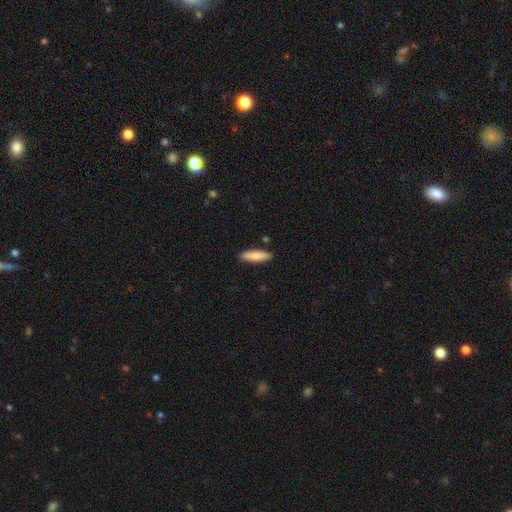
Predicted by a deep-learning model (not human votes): smooth_or_featured: smooth (p=0.85) [alt: featured or disk p=0.09]
how_rounded: cigar-shaped (p=0.66) [alt: in between p=0.32]
merging: none (p=0.87) [alt: minor disturbance p=0.09]